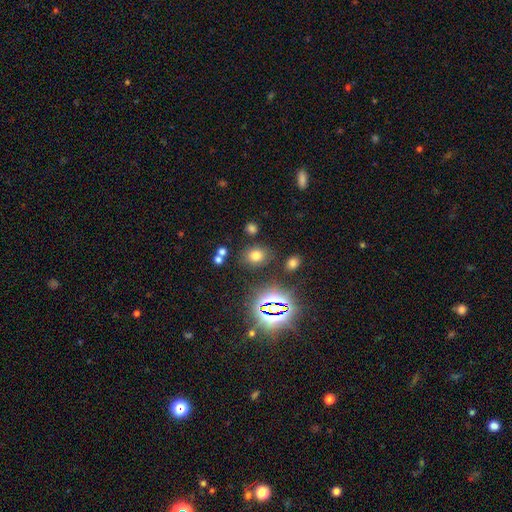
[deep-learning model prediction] This is likely a smooth galaxy (67%). How rounded: possibly round (53%). Merging: likely none (80%).